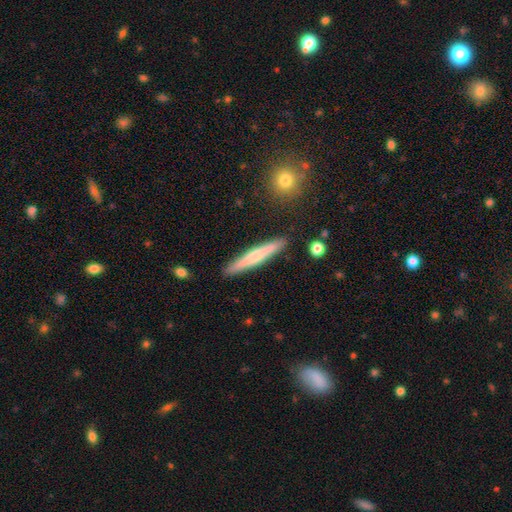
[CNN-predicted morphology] This is possibly a smooth galaxy (51%). How rounded: clearly cigar-shaped (95%). Merging: clearly none (91%).